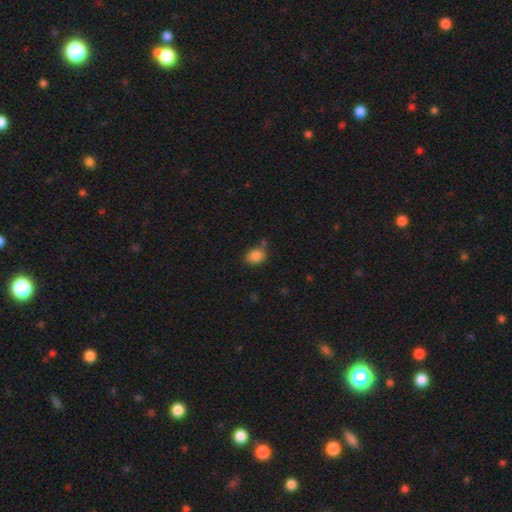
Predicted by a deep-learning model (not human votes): Overall: smooth (86%). How rounded: in between (68%; round 31%). Merging: none (66%).